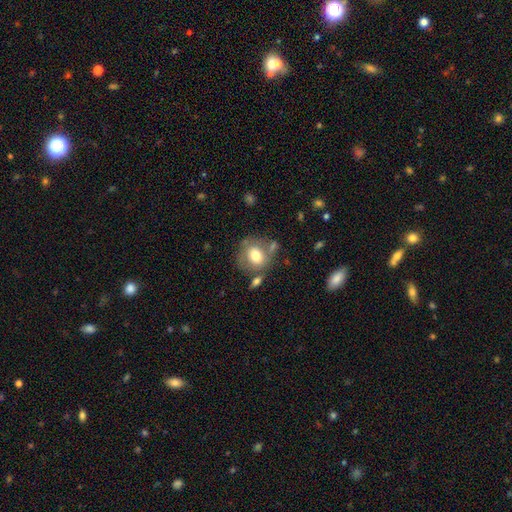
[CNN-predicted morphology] A smooth galaxy with no disk features (67%) that is round (74%). Merging: none (59%).